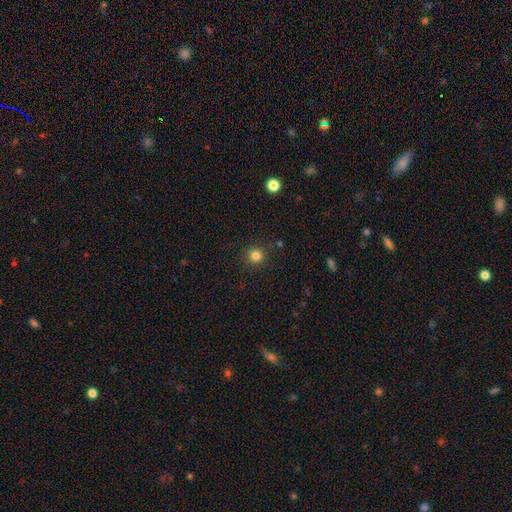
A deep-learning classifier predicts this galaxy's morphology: smooth 81%, star or artifact 14%, featured or disk 5%. Down the decision tree: how rounded — round (92%); merging — none (88%).